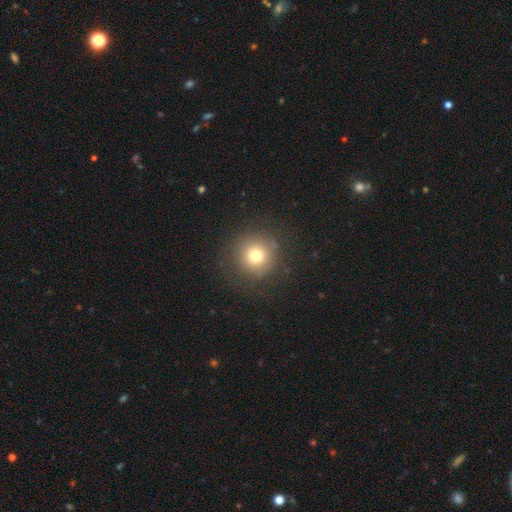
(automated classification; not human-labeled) smooth 74%, star or artifact 15%, featured or disk 11%. Down the decision tree: how rounded — round (95%); merging — none (86%).